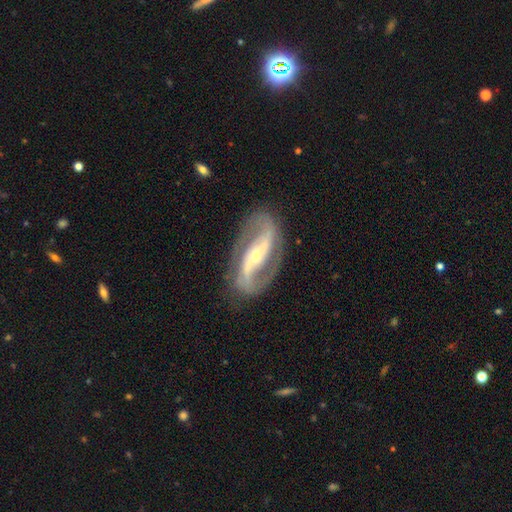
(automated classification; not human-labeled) smooth_or_featured: featured or disk (p=0.91) [alt: star or artifact p=0.05]
disk_edge_on: no (p=0.95) [alt: yes p=0.05]
bar: strong (p=0.61) [alt: weak p=0.23]
has_spiral_arms: yes (p=0.96) [alt: no p=0.04]
spiral_winding: medium (p=0.44) [alt: loose p=0.33]
spiral_arm_count: 2 (p=0.93) [alt: can't tell p=0.02]
bulge_size: small (p=0.57) [alt: moderate p=0.39]
merging: none (p=0.85) [alt: minor disturbance p=0.10]